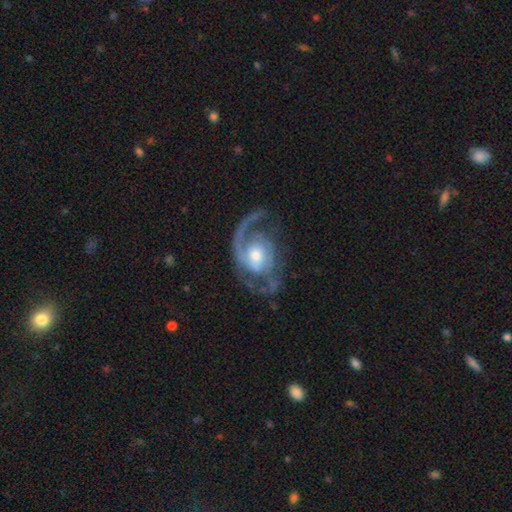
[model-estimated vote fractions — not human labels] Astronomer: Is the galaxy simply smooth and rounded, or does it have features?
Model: featured or disk — 88%.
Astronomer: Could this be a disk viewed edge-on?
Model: no — 97%.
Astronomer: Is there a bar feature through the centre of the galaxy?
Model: no — 65%.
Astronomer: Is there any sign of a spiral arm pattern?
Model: yes — 94%.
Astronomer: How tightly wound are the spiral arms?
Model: medium — 49% (runner-up: tight, 27%).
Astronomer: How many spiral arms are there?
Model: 2 — 68%.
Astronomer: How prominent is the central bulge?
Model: moderate — 64%.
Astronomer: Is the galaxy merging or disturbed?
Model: none — 61%.